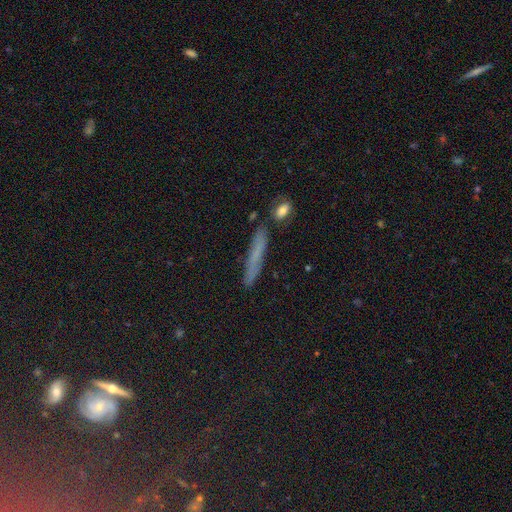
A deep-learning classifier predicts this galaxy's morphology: Smooth or featured?
  - smooth: 55% *
  - featured or disk: 25%
  - star or artifact: 21%
How rounded?
  - cigar-shaped: 91% *
  - in between: 5%
  - round: 4%
Merging?
  - none: 83% *
  - minor disturbance: 11%
  - merger: 3%
  - major disturbance: 3%